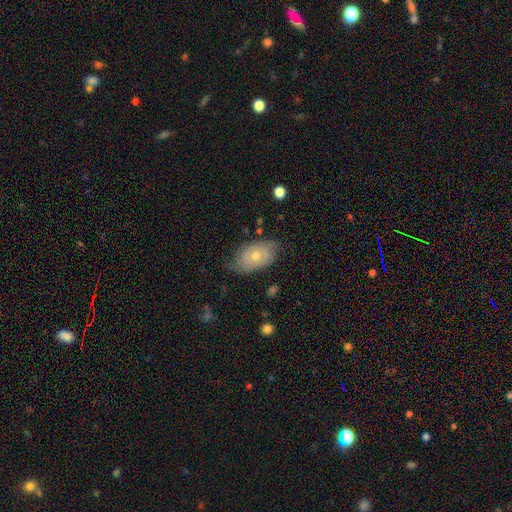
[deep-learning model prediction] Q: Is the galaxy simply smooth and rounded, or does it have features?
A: featured or disk — 50%.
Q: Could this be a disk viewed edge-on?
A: no — 91%.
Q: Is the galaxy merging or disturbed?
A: none — 68%.